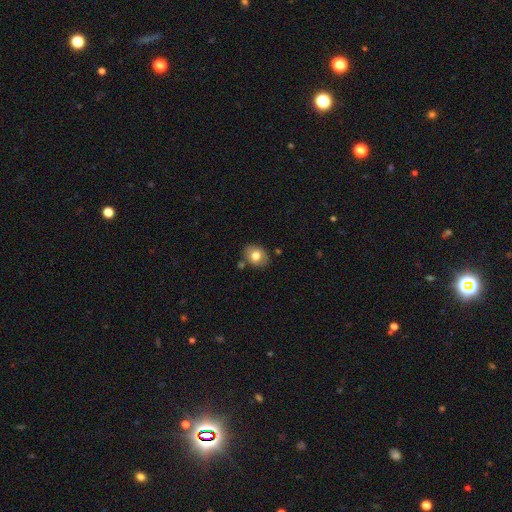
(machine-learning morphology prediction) type=smooth (73%); roundness=round (53%); merging=none (76%).